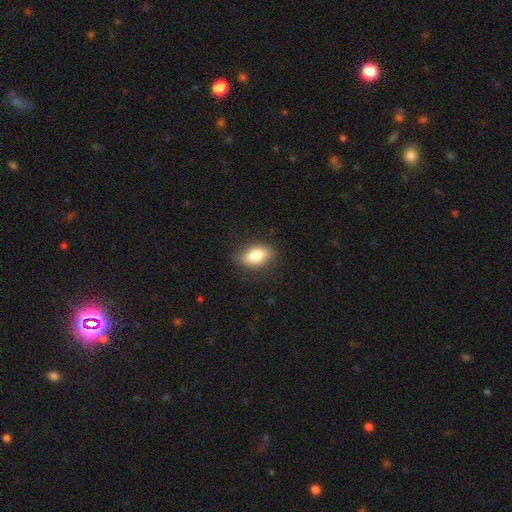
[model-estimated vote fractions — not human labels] A smooth galaxy with no disk features (81%) that is in between round and cigar-shaped (86%).

Vote fractions:
- Smooth or featured? smooth: 81% / featured or disk: 12% / star or artifact: 7%
- How rounded? in between: 86% / round: 9% / cigar-shaped: 5%
- Merging? none: 83% / minor disturbance: 13% / major disturbance: 3% / merger: 1%